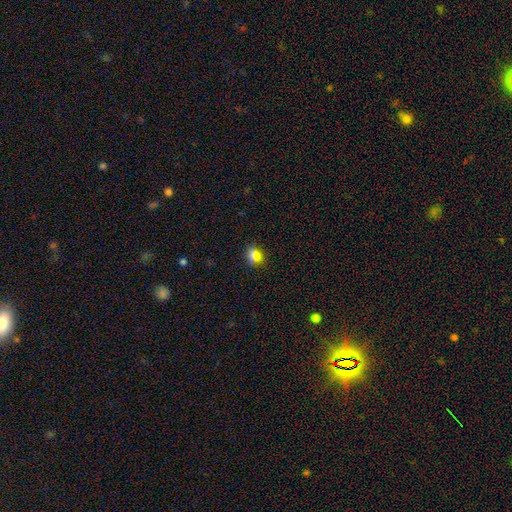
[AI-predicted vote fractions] Q: Smooth or featured?
A: smooth (69%); runner-up: star or artifact (23%)
Q: How rounded?
A: round (77%); runner-up: in between (20%)
Q: Merging?
A: none (84%); runner-up: minor disturbance (9%)